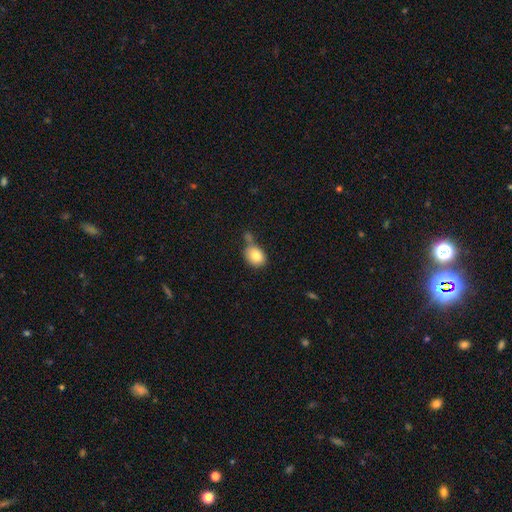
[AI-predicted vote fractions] smooth 82%, featured or disk 9%, star or artifact 9%. Down the decision tree: how rounded — in between (50%); merging — none (52%).